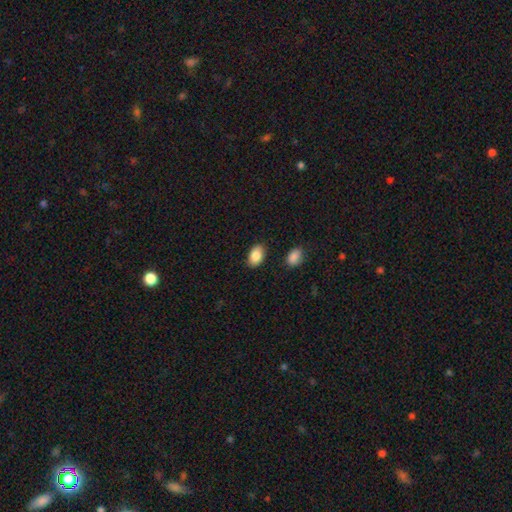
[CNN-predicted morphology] The model was most divided on "merging": none: 86%, minor disturbance: 10%, merger: 2%, major disturbance: 2%. More confident: how rounded — in between (89%); smooth or featured — smooth (87%).